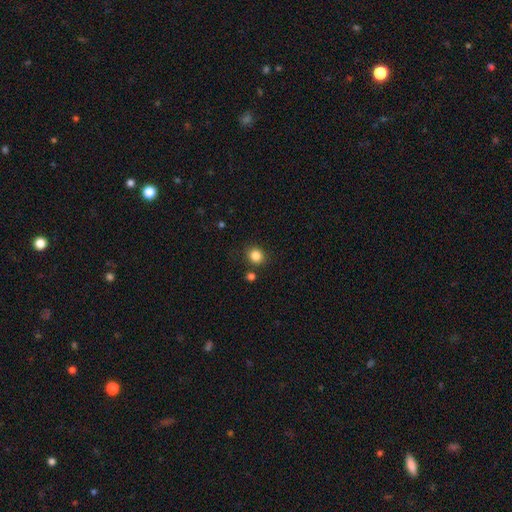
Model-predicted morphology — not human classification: A smooth galaxy with no disk features (85%) that is round (80%).

Vote fractions:
- Smooth or featured? smooth: 85% / star or artifact: 11% / featured or disk: 4%
- How rounded? round: 80% / in between: 19% / cigar-shaped: 1%
- Merging? none: 84% / minor disturbance: 9% / merger: 5% / major disturbance: 3%